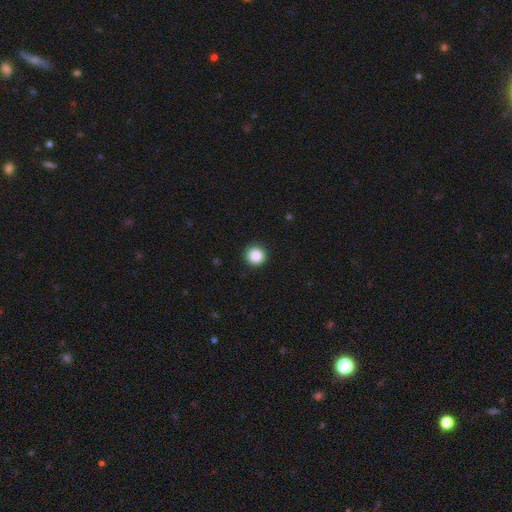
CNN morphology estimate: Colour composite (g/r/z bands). It shows a smooth galaxy with no disk features (86%) that is round (95%). Merging: none (91%).